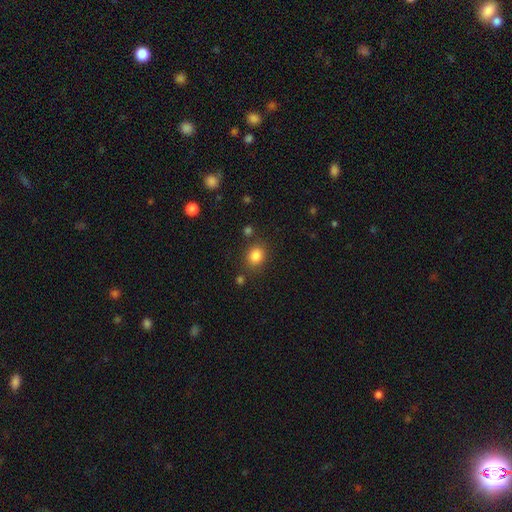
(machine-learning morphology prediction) smooth_or_featured: smooth (p=0.84) [alt: star or artifact p=0.11]
how_rounded: round (p=0.71) [alt: in between p=0.28]
merging: none (p=0.81) [alt: minor disturbance p=0.10]